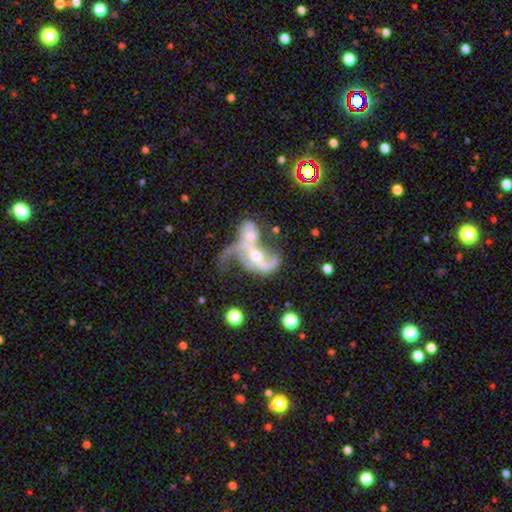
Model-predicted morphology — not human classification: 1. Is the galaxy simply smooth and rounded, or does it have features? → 83% featured or disk, 9% smooth, 8% star or artifact.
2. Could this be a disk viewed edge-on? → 95% no, 5% yes.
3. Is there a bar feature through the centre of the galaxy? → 37% no, 36% weak, 27% strong.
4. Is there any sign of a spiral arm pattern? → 89% yes, 11% no.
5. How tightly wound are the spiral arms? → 71% loose, 23% medium, 6% tight.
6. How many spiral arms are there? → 80% 2, 9% 1, 7% can't tell, 2% 3, 1% 4, 1% more than 4.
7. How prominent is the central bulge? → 58% moderate, 33% small, 5% large, 3% none, 1% dominant.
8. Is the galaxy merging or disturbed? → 57% merger, 18% none, 17% major disturbance, 9% minor disturbance.